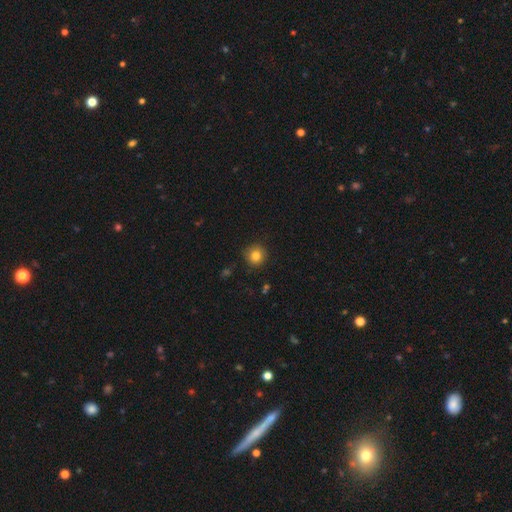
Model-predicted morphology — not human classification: This is clearly a smooth galaxy (83%). How rounded: clearly round (93%). Merging: clearly none (89%).